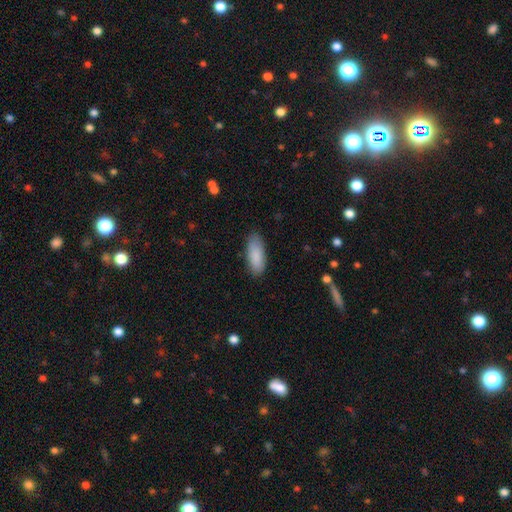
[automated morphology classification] A smooth galaxy with no disk features (88%) that is in between round and cigar-shaped (78%).

Vote fractions:
- Smooth or featured? smooth: 88% / featured or disk: 6% / star or artifact: 6%
- How rounded? in between: 78% / cigar-shaped: 20% / round: 2%
- Merging? none: 84% / minor disturbance: 12% / major disturbance: 2% / merger: 1%